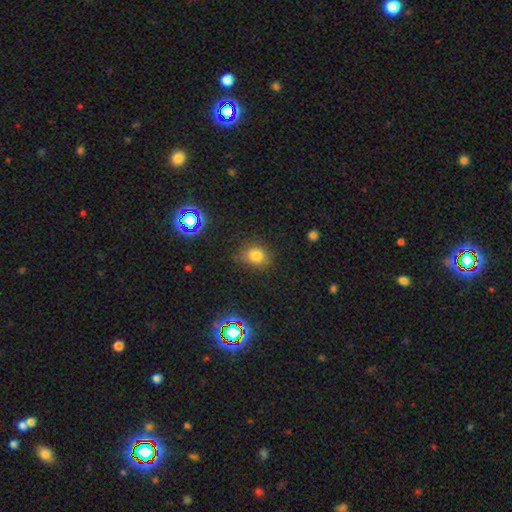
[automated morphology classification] Q: Smooth or featured?
A: smooth (76%); runner-up: star or artifact (17%)
Q: How rounded?
A: round (63%); runner-up: in between (36%)
Q: Merging?
A: none (77%); runner-up: minor disturbance (16%)